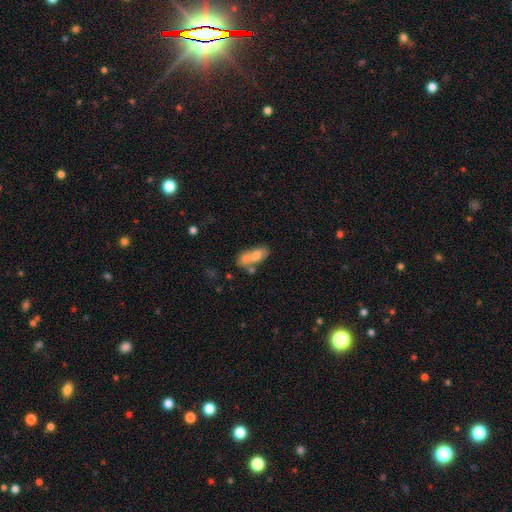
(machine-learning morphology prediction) A smooth galaxy with no disk features (66%) that is in between round and cigar-shaped (80%).

Vote fractions:
- Smooth or featured? smooth: 66% / featured or disk: 26% / star or artifact: 8%
- How rounded? in between: 80% / cigar-shaped: 14% / round: 6%
- Merging? merger: 52% / none: 29% / minor disturbance: 12% / major disturbance: 7%